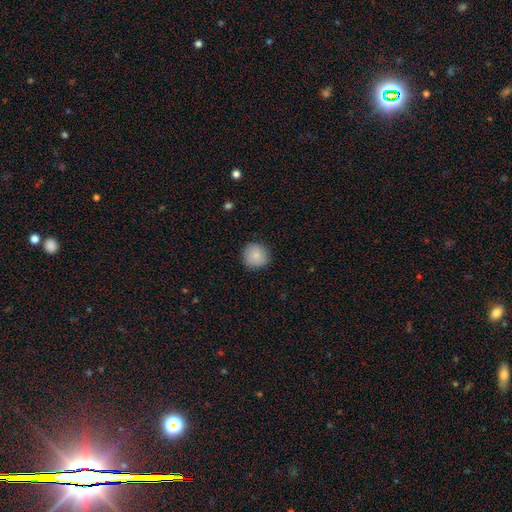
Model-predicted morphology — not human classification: smooth-or-featured: smooth: 86% | star or artifact: 7% | featured or disk: 7%
  how-rounded: round: 93% | in between: 6% | cigar-shaped: 1%
  merging: none: 87% | minor disturbance: 9% | major disturbance: 2% | merger: 1%